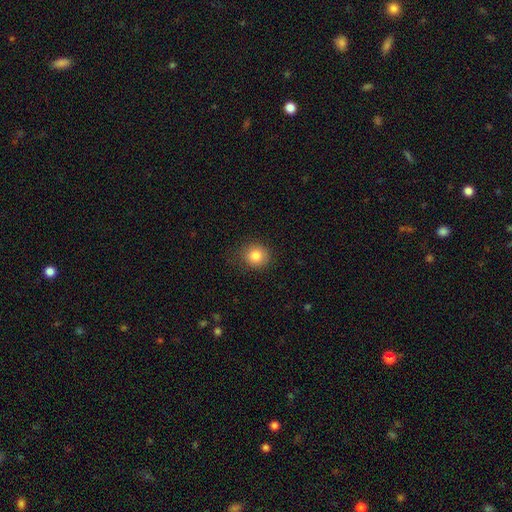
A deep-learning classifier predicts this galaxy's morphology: Smooth or featured? Predicted: smooth (p=0.82). How rounded? Predicted: round (p=0.84). Merging? Predicted: none (p=0.83).